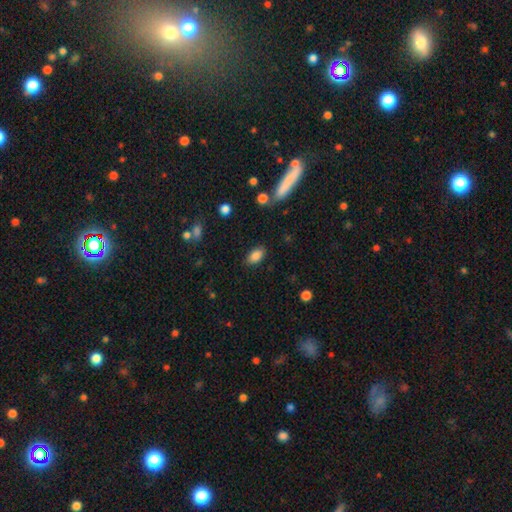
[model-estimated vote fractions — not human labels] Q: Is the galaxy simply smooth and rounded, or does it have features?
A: smooth — 86%.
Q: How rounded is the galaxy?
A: in between — 91%.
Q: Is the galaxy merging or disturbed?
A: none — 84%.